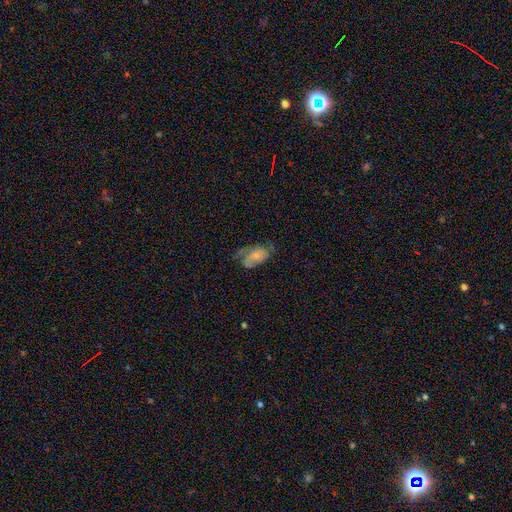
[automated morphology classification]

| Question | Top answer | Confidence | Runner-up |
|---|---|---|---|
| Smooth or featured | smooth | 51% | featured or disk (41%) |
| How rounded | in between | 91% | round (6%) |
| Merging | none | 38% | minor disturbance (30%) |